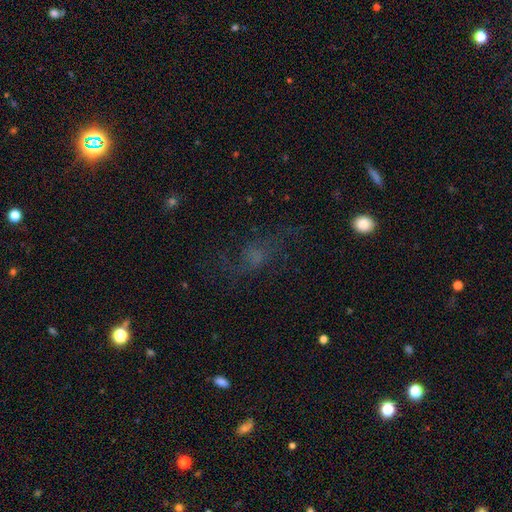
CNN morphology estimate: featured or disk 41%, smooth 33%, star or artifact 26%. Down the decision tree: merging — none (56%).